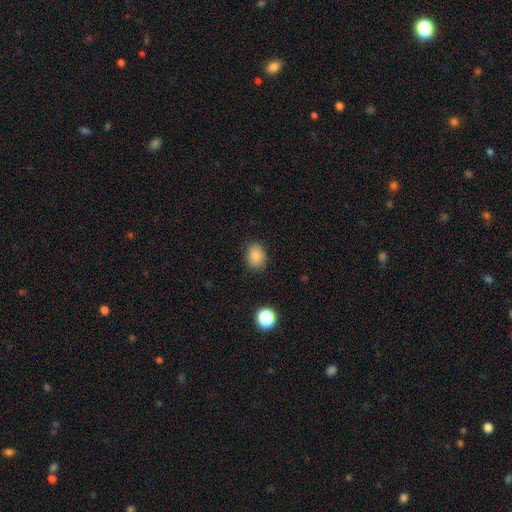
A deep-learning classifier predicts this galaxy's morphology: smooth-or-featured: smooth: 84% | star or artifact: 10% | featured or disk: 5%
  how-rounded: in between: 64% | round: 35% | cigar-shaped: 1%
  merging: none: 84% | minor disturbance: 12% | major disturbance: 3% | merger: 1%